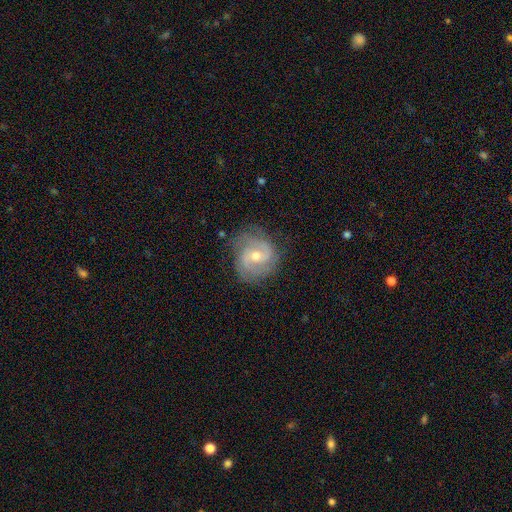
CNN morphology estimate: Smooth or featured? featured or disk (82%)
Edge-on disk? no (98%)
Bar? weak (47%)
Spiral arms? yes (95%)
Spiral winding? medium (46%)
Spiral arm count? 2 (68%)
Bulge size? moderate (57%)
Merging? none (76%)